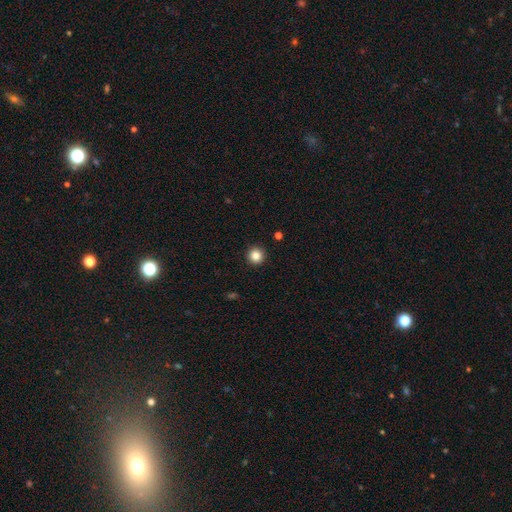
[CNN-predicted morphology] Overall: smooth (85%). How rounded: round (95%). Merging: none (93%).